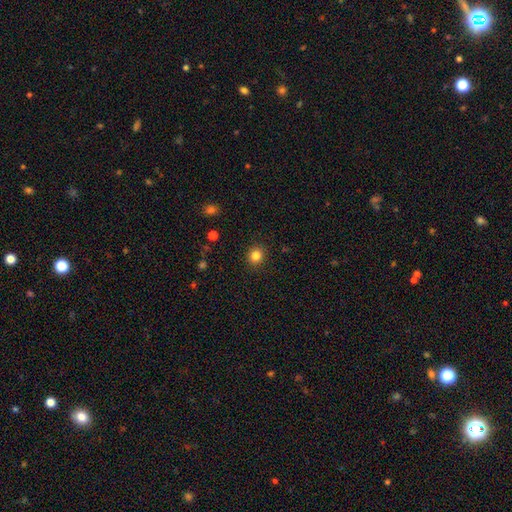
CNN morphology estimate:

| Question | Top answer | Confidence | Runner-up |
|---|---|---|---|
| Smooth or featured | smooth | 83% | star or artifact (12%) |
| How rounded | round | 86% | in between (13%) |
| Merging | none | 91% | minor disturbance (6%) |